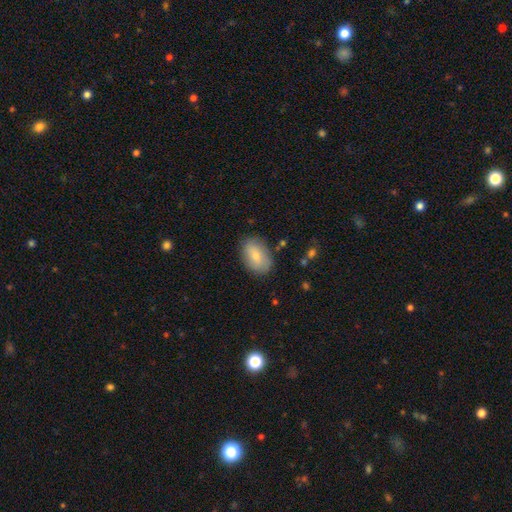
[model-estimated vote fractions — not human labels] smooth 69%, featured or disk 23%, star or artifact 8%. Down the decision tree: how rounded — in between (86%); merging — none (82%).